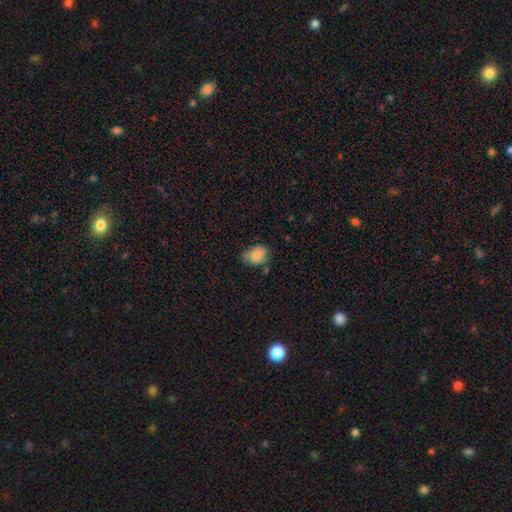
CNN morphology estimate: smooth-or-featured: smooth: 82% | featured or disk: 10% | star or artifact: 8%
  how-rounded: in between: 71% | round: 28% | cigar-shaped: 1%
  merging: none: 58% | minor disturbance: 31% | major disturbance: 6% | merger: 5%